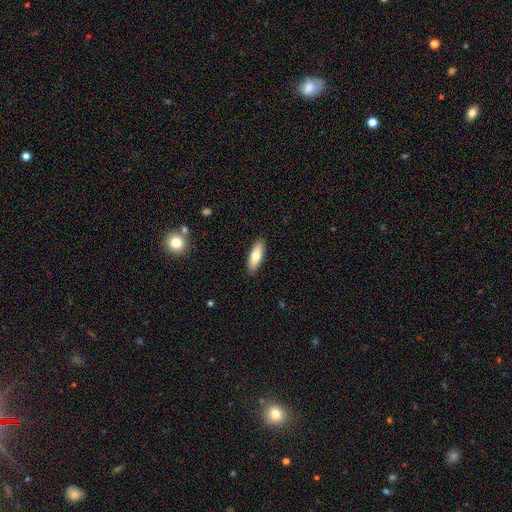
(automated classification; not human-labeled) smooth_or_featured: smooth (p=0.74) [alt: featured or disk p=0.20]
how_rounded: in between (p=0.56) [alt: cigar-shaped p=0.42]
merging: none (p=0.90) [alt: minor disturbance p=0.08]